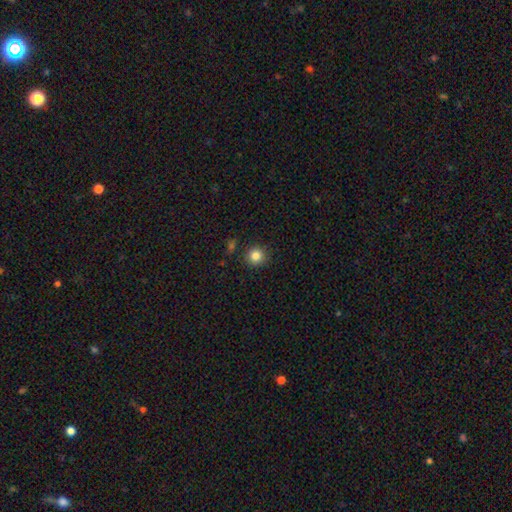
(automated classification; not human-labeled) smooth-or-featured: smooth: 84% | star or artifact: 11% | featured or disk: 5%
  how-rounded: round: 92% | in between: 7% | cigar-shaped: 1%
  merging: none: 88% | minor disturbance: 7% | merger: 2% | major disturbance: 2%